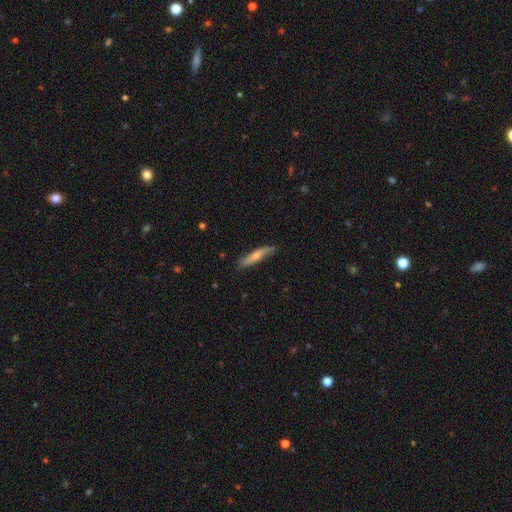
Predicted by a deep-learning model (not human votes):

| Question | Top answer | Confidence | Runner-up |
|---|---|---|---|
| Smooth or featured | featured or disk | 53% | smooth (41%) |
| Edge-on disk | yes | 75% | no (25%) |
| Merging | none | 78% | minor disturbance (17%) |